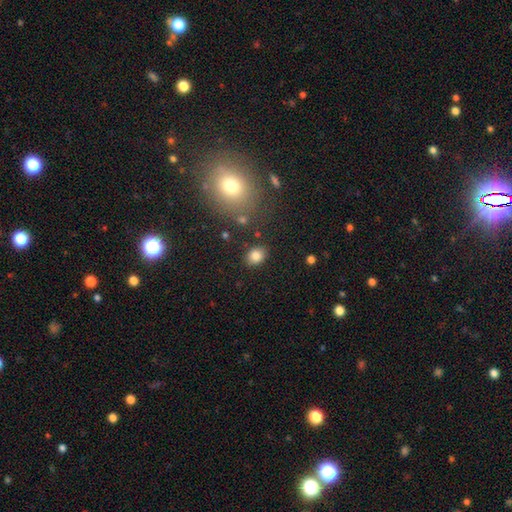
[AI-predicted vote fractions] smooth-or-featured: smooth: 83% | star or artifact: 10% | featured or disk: 7%
  how-rounded: in between: 57% | round: 42% | cigar-shaped: 1%
  merging: none: 85% | minor disturbance: 9% | merger: 3% | major disturbance: 3%